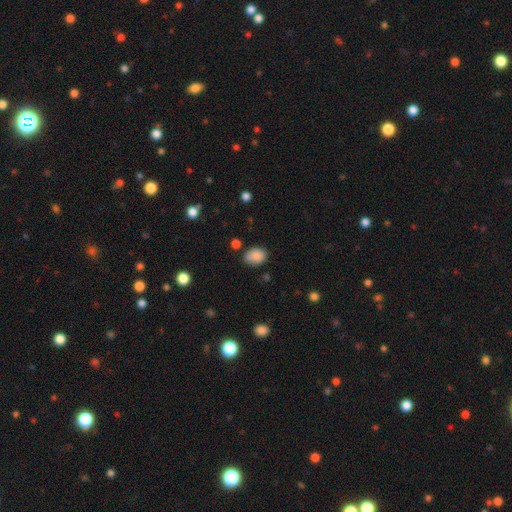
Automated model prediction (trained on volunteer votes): Smooth or featured? Predicted: smooth (p=0.87). How rounded? Predicted: in between (p=0.70). Merging? Predicted: none (p=0.75).